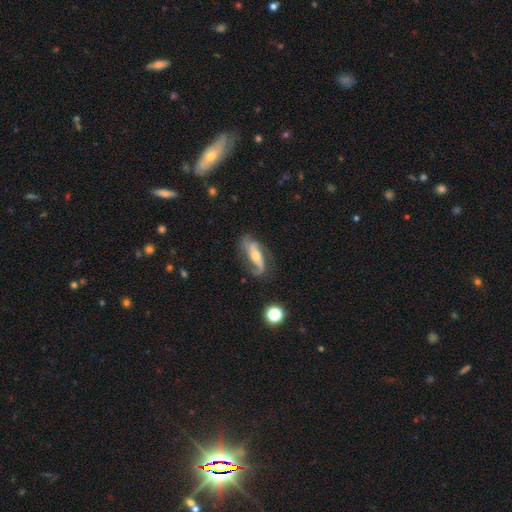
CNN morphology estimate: A featured or disk galaxy (80%) with a strong bar (35%), 2 (82%) loose (44%) spiral arms (92%) and a moderate central bulge (55%).

Vote fractions:
- Smooth or featured? featured or disk: 80% / smooth: 13% / star or artifact: 7%
- Edge-on disk? no: 87% / yes: 13%
- Bar? strong: 35% / no: 34% / weak: 30%
- Spiral arms? yes: 92% / no: 8%
- Spiral winding? loose: 44% / medium: 36% / tight: 20%
- Spiral arm count? 2: 82% / can't tell: 7% / 1: 6% / 3: 2% / 4: 1% / more than 4: 1%
- Bulge size? moderate: 55% / small: 39% / large: 4% / none: 2% / dominant: 1%
- Merging? none: 67% / minor disturbance: 20% / major disturbance: 11% / merger: 2%